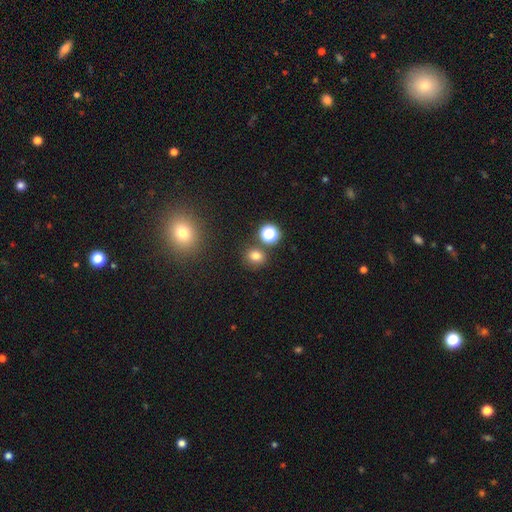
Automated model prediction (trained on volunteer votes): Q: Smooth or featured?
A: smooth (75%); runner-up: star or artifact (19%)
Q: How rounded?
A: round (71%); runner-up: in between (28%)
Q: Merging?
A: none (77%); runner-up: merger (10%)